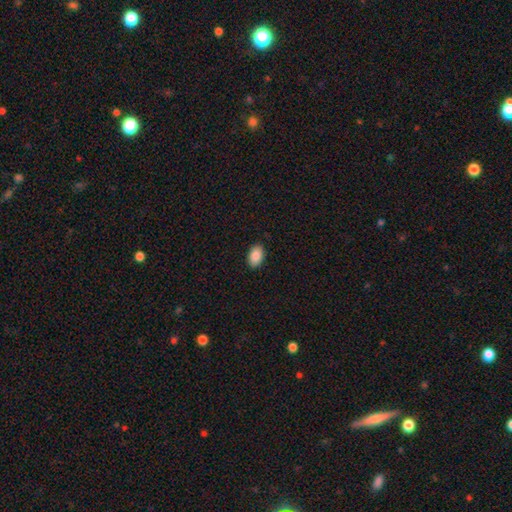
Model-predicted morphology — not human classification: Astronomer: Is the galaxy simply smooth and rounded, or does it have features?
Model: smooth — 89%.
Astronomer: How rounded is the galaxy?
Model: in between — 91%.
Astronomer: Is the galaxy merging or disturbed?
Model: none — 89%.